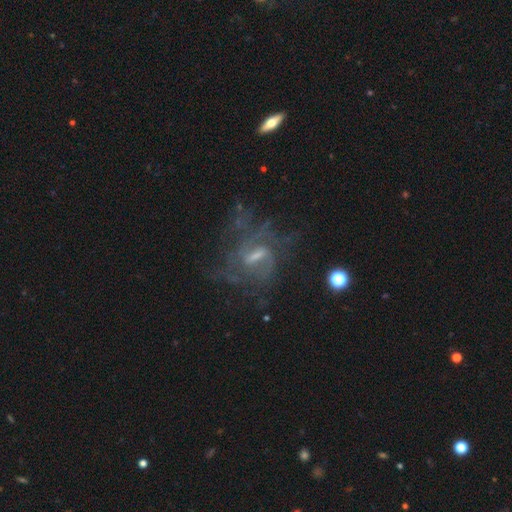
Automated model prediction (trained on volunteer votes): Overall: featured or disk (76%). Edge-on disk: no (93%). Bar: weak (48%; strong 36%). Spiral arms: yes (77%). Spiral arm count: can't tell (45%; 2 29%). Spiral winding: medium (43%; tight 29%). Bulge size: small (38%; moderate 34%). Merging: none (49%; major disturbance 29%).